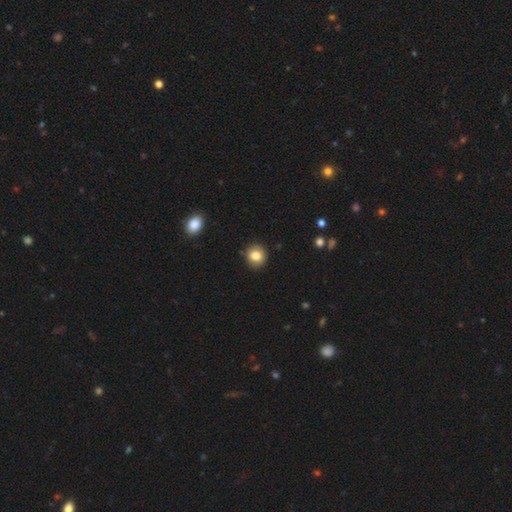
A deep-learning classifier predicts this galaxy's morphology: Overall: smooth (83%). How rounded: round (89%). Merging: none (89%).